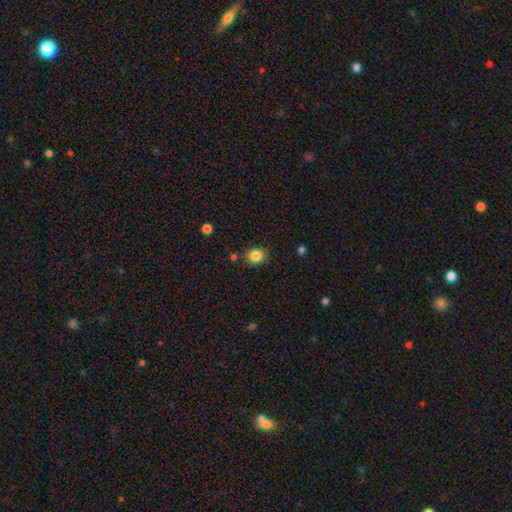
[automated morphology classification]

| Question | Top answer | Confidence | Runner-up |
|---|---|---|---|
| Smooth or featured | smooth | 84% | star or artifact (11%) |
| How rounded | round | 72% | in between (27%) |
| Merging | none | 83% | minor disturbance (10%) |